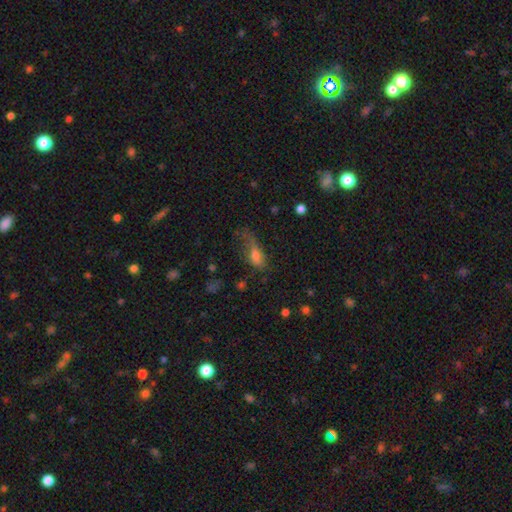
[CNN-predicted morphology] A smooth galaxy with no disk features (69%) that is in between round and cigar-shaped (77%).

Vote fractions:
- Smooth or featured? smooth: 69% / featured or disk: 20% / star or artifact: 11%
- How rounded? in between: 77% / cigar-shaped: 18% / round: 5%
- Merging? major disturbance: 37% / none: 30% / minor disturbance: 29% / merger: 4%